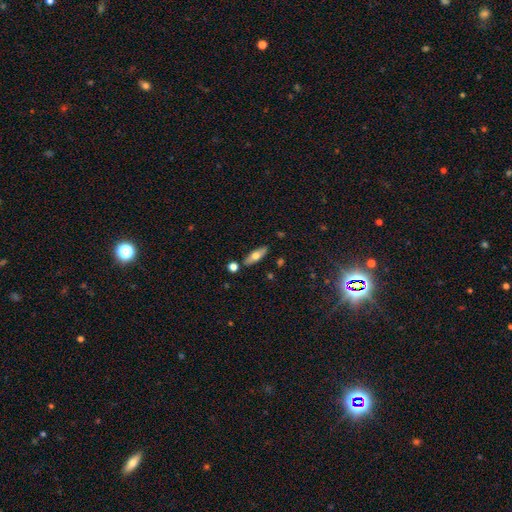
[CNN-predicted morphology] smooth-or-featured: smooth: 60% | featured or disk: 34% | star or artifact: 7%
  how-rounded: in between: 60% | cigar-shaped: 37% | round: 3%
  merging: none: 83% | minor disturbance: 10% | merger: 5% | major disturbance: 2%